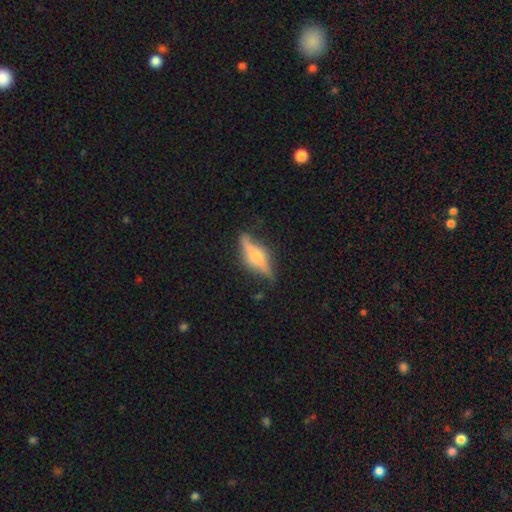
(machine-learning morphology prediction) This appears to be a featured or disk galaxy (65%) viewed edge-on (86%) with a rounded central bulge (81%). Merging: none (69%).